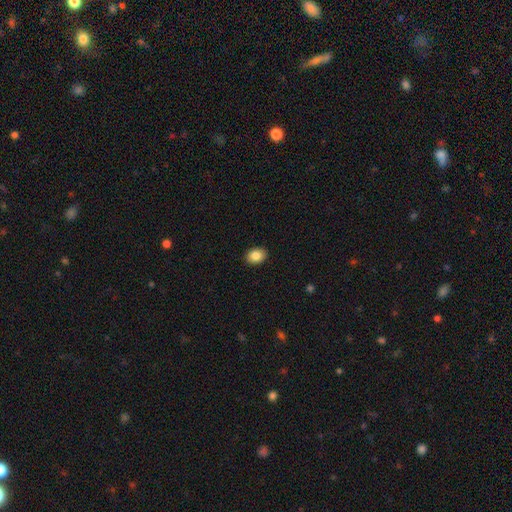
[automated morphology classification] The model was most divided on "how rounded": in between: 68%, round: 31%, cigar-shaped: 1%. More confident: merging — none (91%); smooth or featured — smooth (86%).